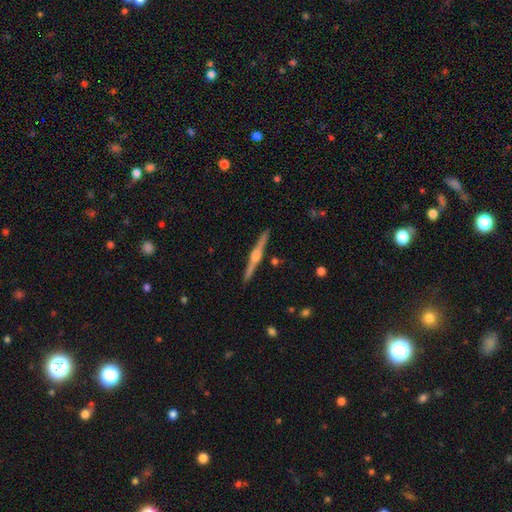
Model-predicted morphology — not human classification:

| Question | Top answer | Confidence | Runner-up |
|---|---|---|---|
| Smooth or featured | featured or disk | 82% | smooth (12%) |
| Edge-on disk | yes | 99% | no (1%) |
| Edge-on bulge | rounded | 86% | boxy (10%) |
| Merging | none | 92% | minor disturbance (6%) |